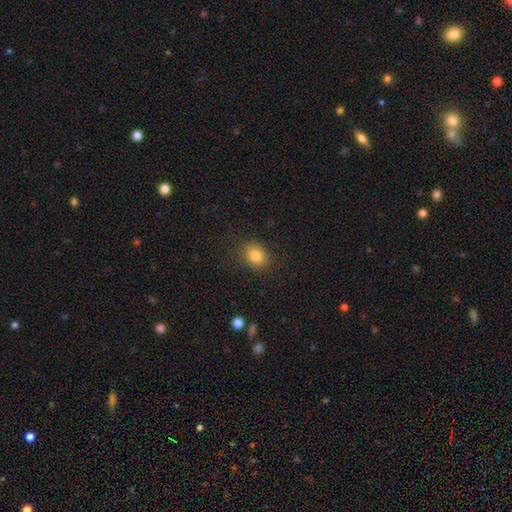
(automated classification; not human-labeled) Smooth or featured?
  - smooth: 84% *
  - star or artifact: 10%
  - featured or disk: 6%
How rounded?
  - in between: 51% *
  - round: 48%
  - cigar-shaped: 1%
Merging?
  - none: 83% *
  - minor disturbance: 12%
  - major disturbance: 4%
  - merger: 1%